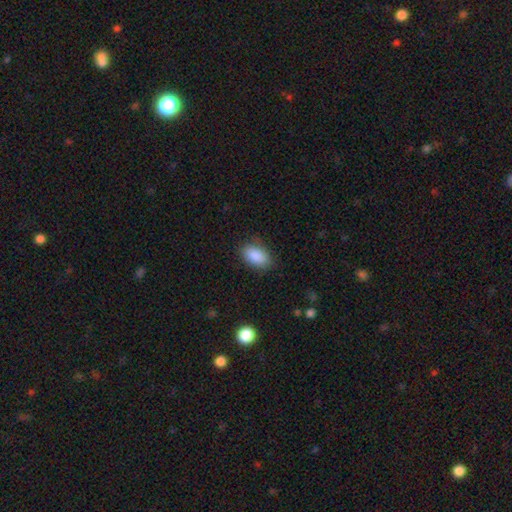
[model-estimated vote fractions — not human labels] Smooth or featured? smooth (89%)
How rounded? in between (91%)
Merging? none (82%)